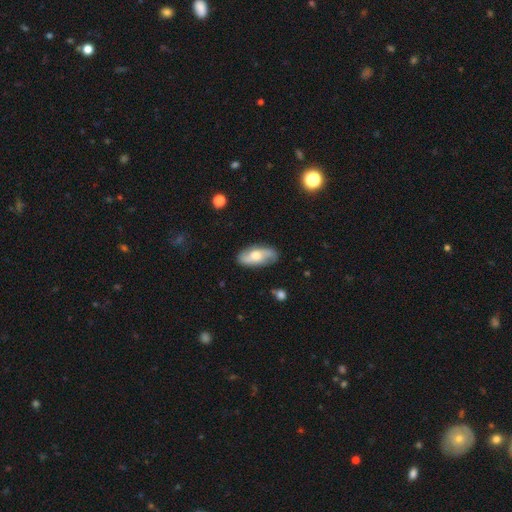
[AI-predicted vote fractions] The model was most divided on "smooth or featured": featured or disk: 57%, smooth: 36%, star or artifact: 6%. More confident: edge-on disk — no (87%); merging — none (81%).